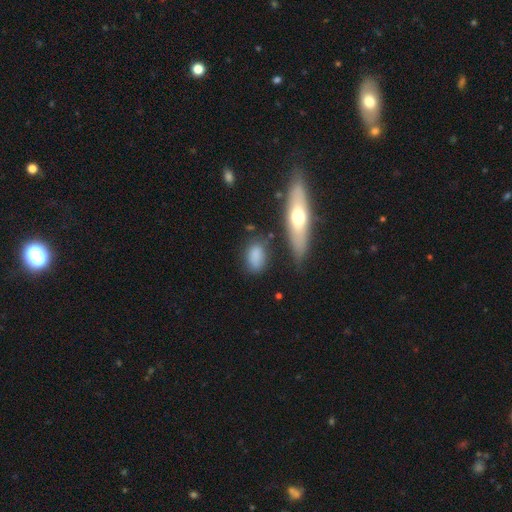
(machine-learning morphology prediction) type=smooth (82%); roundness=in between (83%); merging=none (66%).